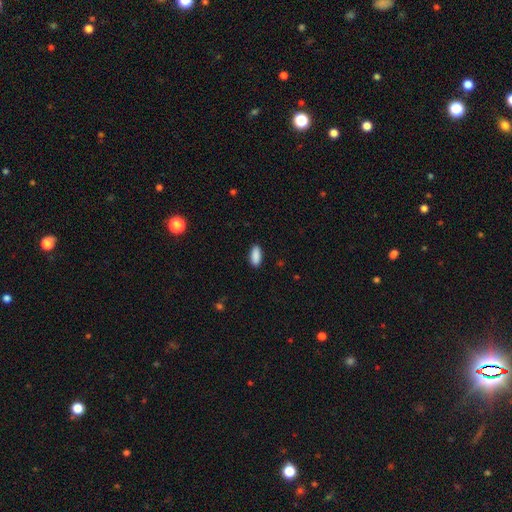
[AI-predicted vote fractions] A smooth galaxy with no disk features (90%) that is in between round and cigar-shaped (85%). Merging: none (89%).